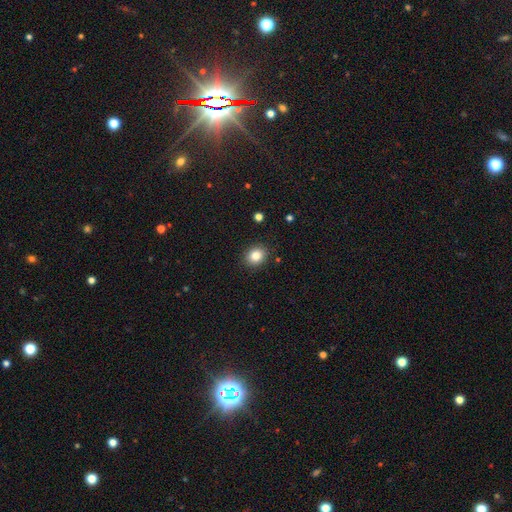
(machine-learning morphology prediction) smooth_or_featured: smooth (p=0.83) [alt: star or artifact p=0.10]
how_rounded: round (p=0.64) [alt: in between p=0.35]
merging: none (p=0.89) [alt: minor disturbance p=0.08]